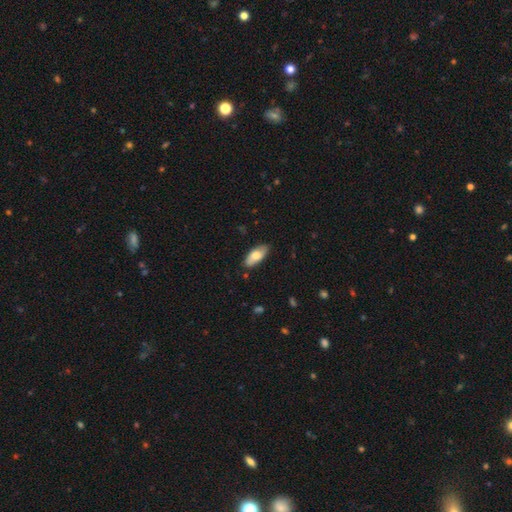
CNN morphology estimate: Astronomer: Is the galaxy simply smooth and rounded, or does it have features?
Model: smooth — 71%.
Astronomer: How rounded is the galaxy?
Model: in between — 86%.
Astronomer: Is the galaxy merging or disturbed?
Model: none — 83%.